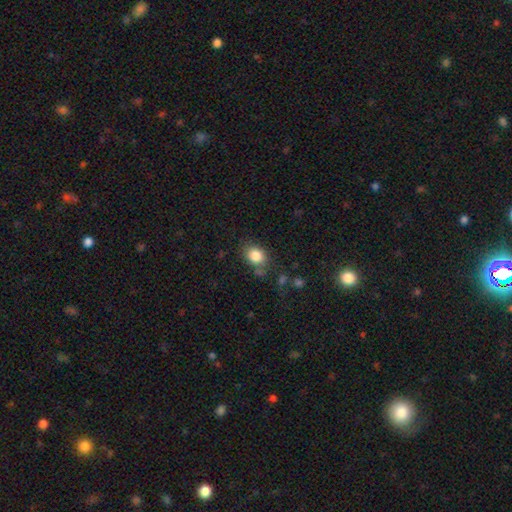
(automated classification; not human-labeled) Smooth or featured? smooth (84%)
How rounded? in between (50%)
Merging? none (69%)